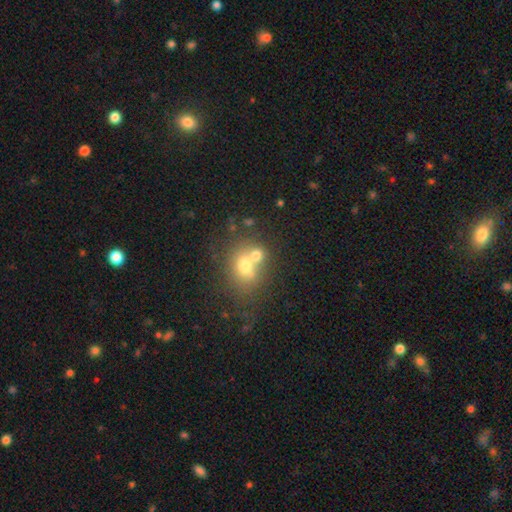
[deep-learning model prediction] Q: Smooth or featured?
A: smooth (65%); runner-up: featured or disk (21%)
Q: How rounded?
A: round (61%); runner-up: in between (38%)
Q: Merging?
A: merger (51%); runner-up: none (35%)